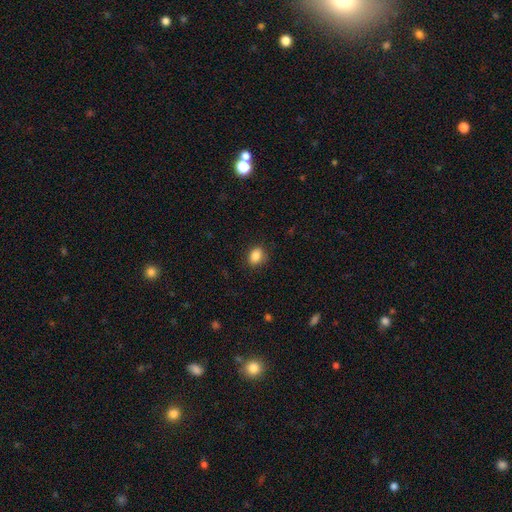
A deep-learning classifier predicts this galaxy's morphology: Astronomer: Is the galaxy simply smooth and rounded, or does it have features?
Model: smooth — 86%.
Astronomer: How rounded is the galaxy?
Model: in between — 64%.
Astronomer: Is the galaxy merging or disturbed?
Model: none — 85%.